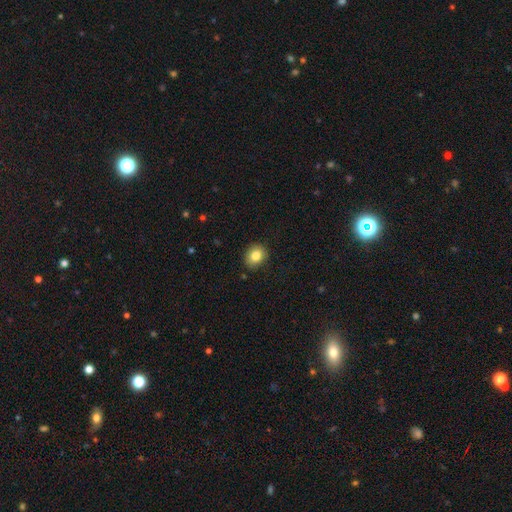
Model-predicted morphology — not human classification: type=smooth (82%); roundness=round (67%); merging=none (88%).